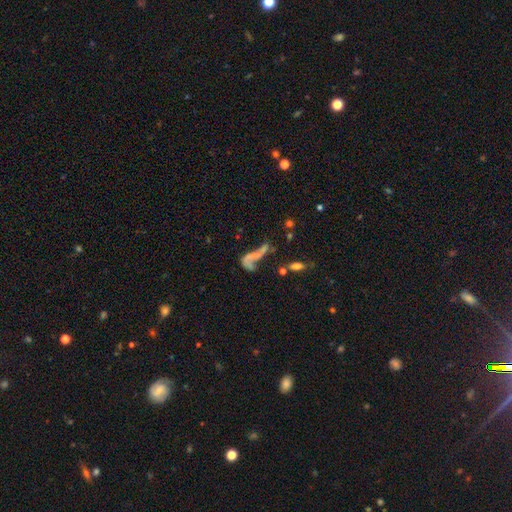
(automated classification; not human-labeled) smooth_or_featured: featured or disk (p=0.48) [alt: smooth p=0.34]
merging: major disturbance (p=0.36) [alt: none p=0.25]